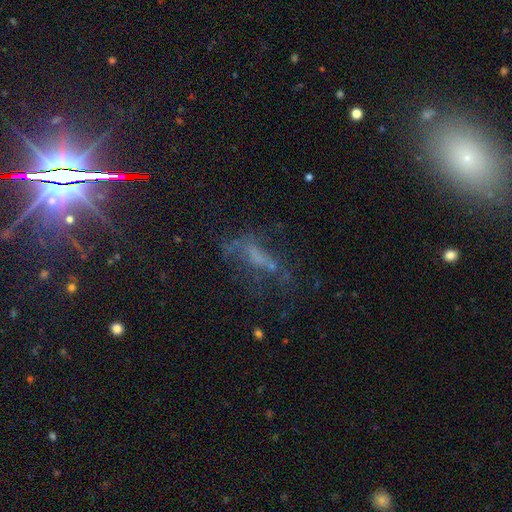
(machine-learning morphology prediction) Q: Smooth or featured?
A: featured or disk (43%); runner-up: star or artifact (29%)
Q: Merging?
A: none (40%); runner-up: major disturbance (35%)